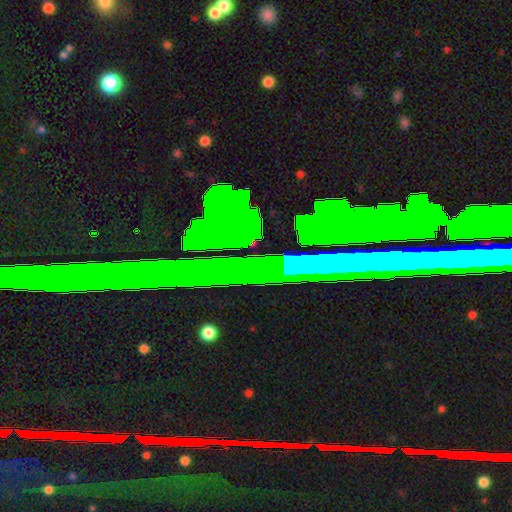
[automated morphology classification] A star or artifact, not a galaxy (81%).

Vote fractions:
- Smooth or featured? star or artifact: 81% / featured or disk: 10% / smooth: 9%